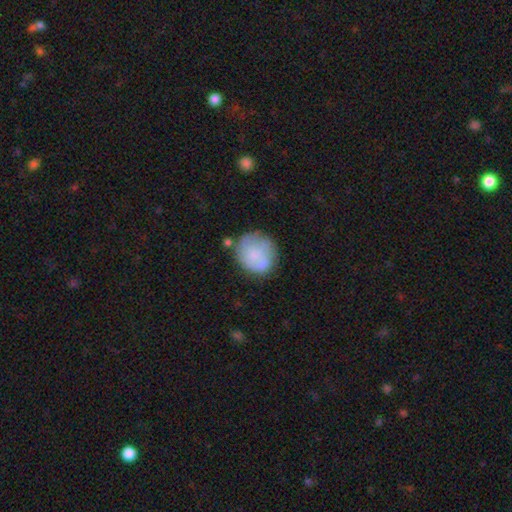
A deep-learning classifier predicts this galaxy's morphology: smooth 63%, featured or disk 30%, star or artifact 7%. Down the decision tree: how rounded — round (81%); merging — none (59%).